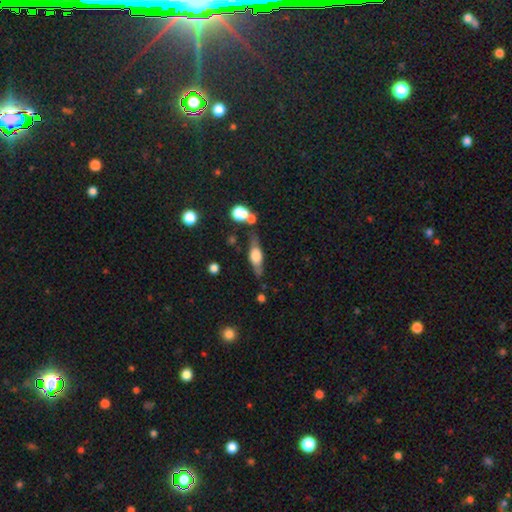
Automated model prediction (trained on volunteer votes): Smooth or featured?
  - featured or disk: 52% *
  - smooth: 40%
  - star or artifact: 8%
Edge-on disk?
  - yes: 88% *
  - no: 12%
Merging?
  - none: 69% *
  - minor disturbance: 16%
  - merger: 9%
  - major disturbance: 6%